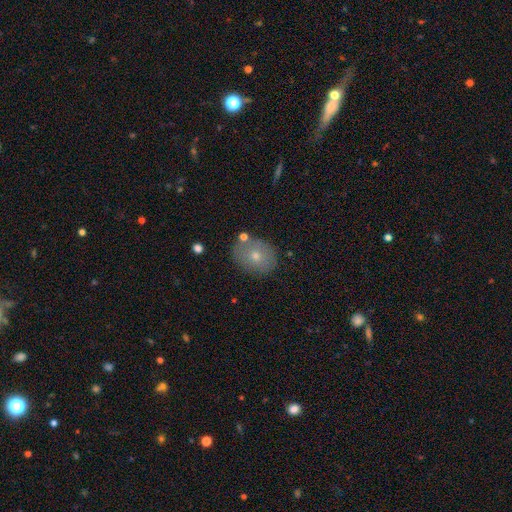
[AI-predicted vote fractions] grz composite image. It shows a smooth galaxy with no disk features (67%) that is in between round and cigar-shaped (52%). Merging: none (80%).